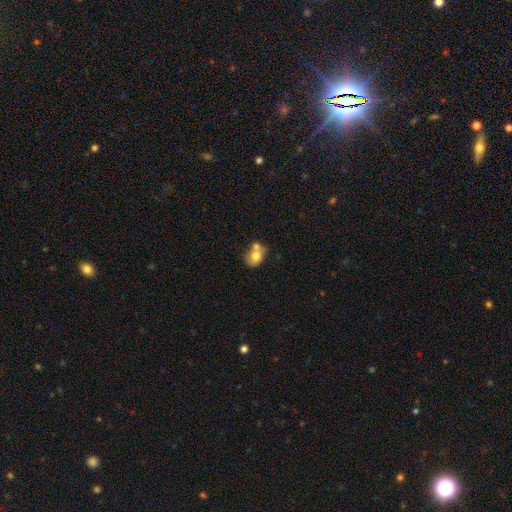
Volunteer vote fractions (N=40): A smooth galaxy with no disk features (57%) that is round (57%). Merging: merger (54%).